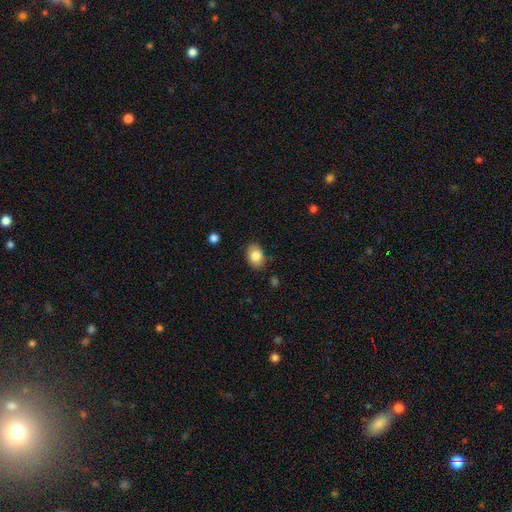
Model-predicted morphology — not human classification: smooth 84%, featured or disk 8%, star or artifact 8%. Down the decision tree: how rounded — in between (79%); merging — none (85%).